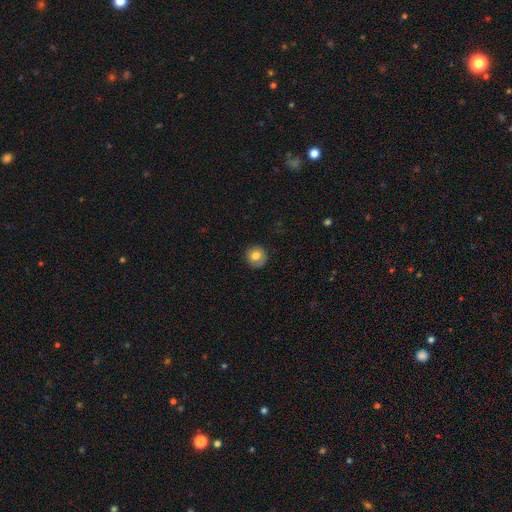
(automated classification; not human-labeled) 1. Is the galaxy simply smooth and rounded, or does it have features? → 78% smooth, 13% featured or disk, 9% star or artifact.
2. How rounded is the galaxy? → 93% round, 6% in between, 1% cigar-shaped.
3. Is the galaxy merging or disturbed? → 87% none, 10% minor disturbance, 2% major disturbance, 1% merger.